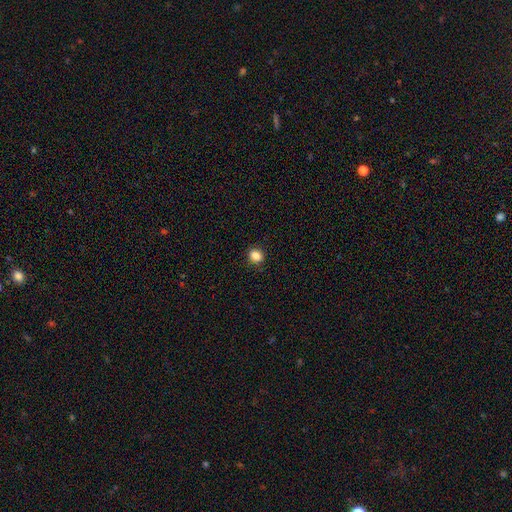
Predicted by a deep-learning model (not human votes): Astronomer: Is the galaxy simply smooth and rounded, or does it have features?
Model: smooth — 86%.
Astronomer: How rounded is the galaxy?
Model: round — 67%.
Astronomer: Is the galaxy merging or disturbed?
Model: none — 88%.